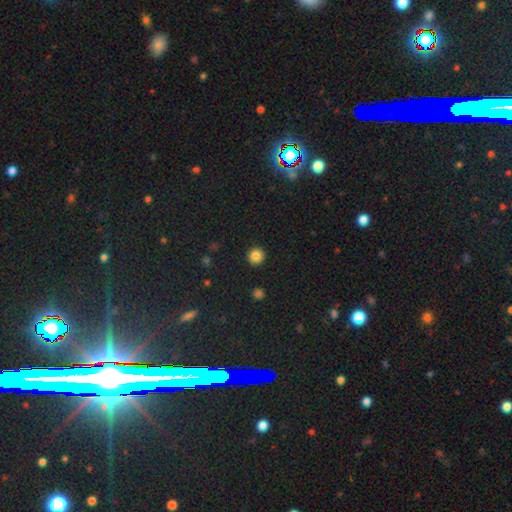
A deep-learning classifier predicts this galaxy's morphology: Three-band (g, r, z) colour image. It shows a smooth galaxy with no disk features (84%) that is round (95%). Merging: none (93%).